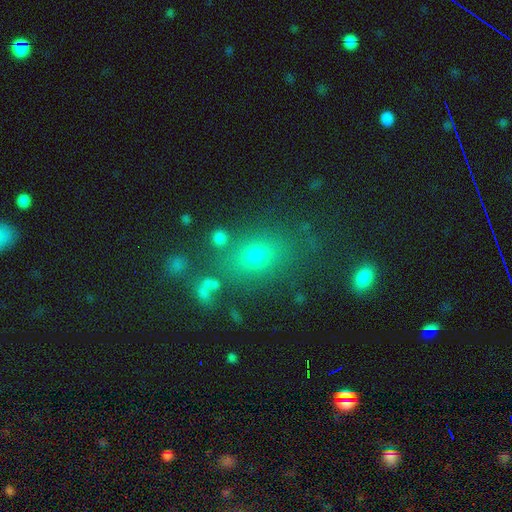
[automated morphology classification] Smooth or featured? smooth (60%)
How rounded? round (50%)
Merging? none (75%)